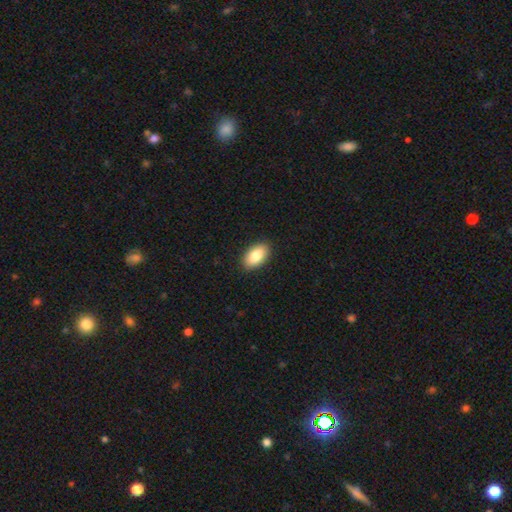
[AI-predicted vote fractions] Smooth or featured: smooth — 84% (featured or disk — 9%)
How rounded: in between — 94% (round — 4%)
Merging: none — 90% (minor disturbance — 7%)